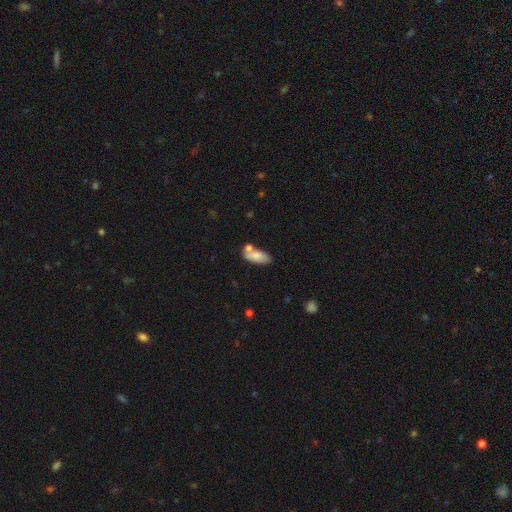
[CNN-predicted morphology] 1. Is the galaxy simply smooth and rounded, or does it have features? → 79% smooth, 14% featured or disk, 7% star or artifact.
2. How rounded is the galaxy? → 85% in between, 13% cigar-shaped, 3% round.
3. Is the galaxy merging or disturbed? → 49% none, 27% merger, 18% minor disturbance, 6% major disturbance.